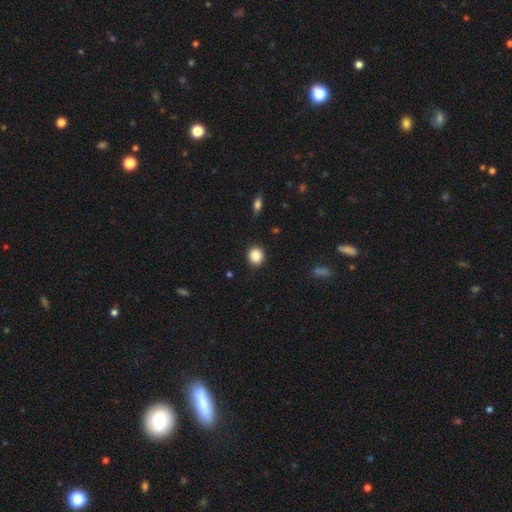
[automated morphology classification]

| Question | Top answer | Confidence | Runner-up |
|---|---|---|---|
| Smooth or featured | smooth | 87% | star or artifact (9%) |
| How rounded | round | 83% | in between (16%) |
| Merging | none | 90% | minor disturbance (7%) |